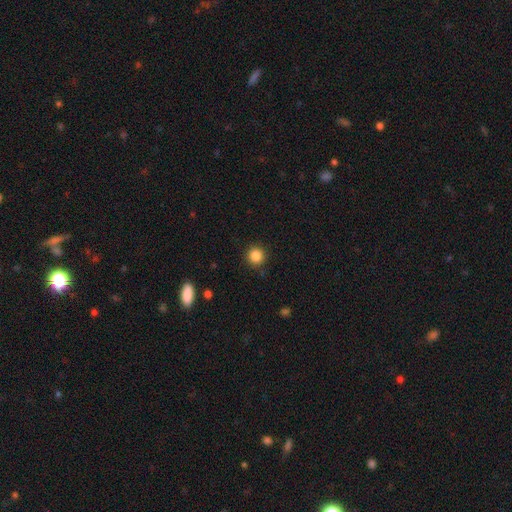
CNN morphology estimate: Smooth or featured? smooth (86%)
How rounded? round (94%)
Merging? none (90%)